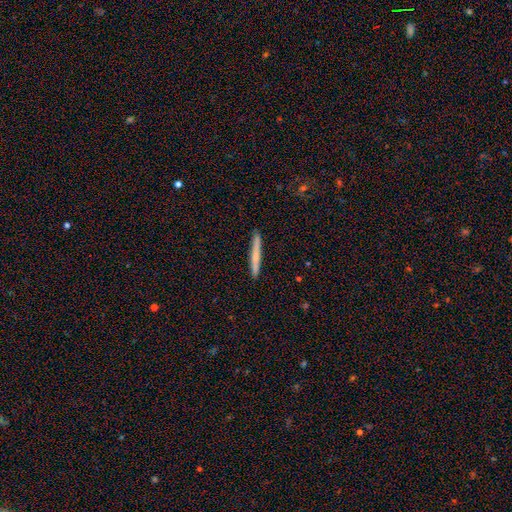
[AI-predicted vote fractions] A smooth galaxy with no disk features (64%) that is cigar-shaped (97%). Merging: none (92%).